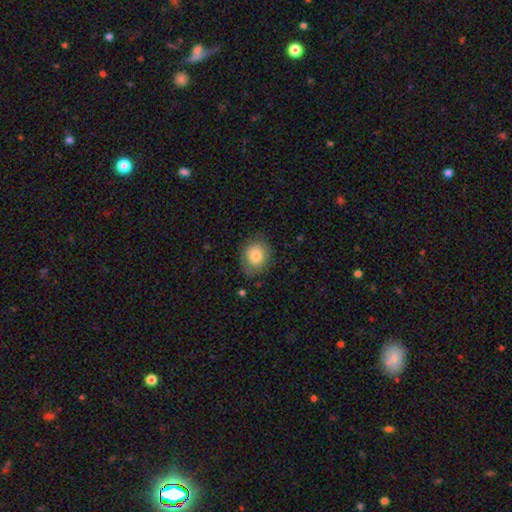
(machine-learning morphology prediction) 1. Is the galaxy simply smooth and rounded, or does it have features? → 78% smooth, 14% featured or disk, 8% star or artifact.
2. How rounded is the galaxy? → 62% round, 37% in between, 1% cigar-shaped.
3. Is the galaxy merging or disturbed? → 75% none, 17% minor disturbance, 6% major disturbance, 1% merger.